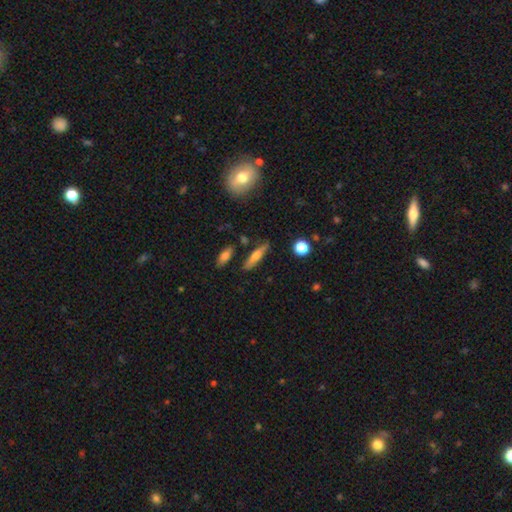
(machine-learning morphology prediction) smooth-or-featured: smooth: 59% | featured or disk: 34% | star or artifact: 8%
  how-rounded: cigar-shaped: 77% | in between: 20% | round: 3%
  merging: none: 82% | minor disturbance: 11% | merger: 4% | major disturbance: 3%